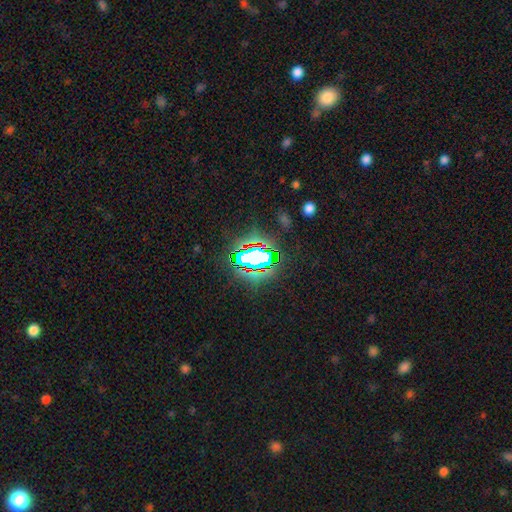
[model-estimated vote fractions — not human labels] This is likely a star or artifact rather than a galaxy (65%).